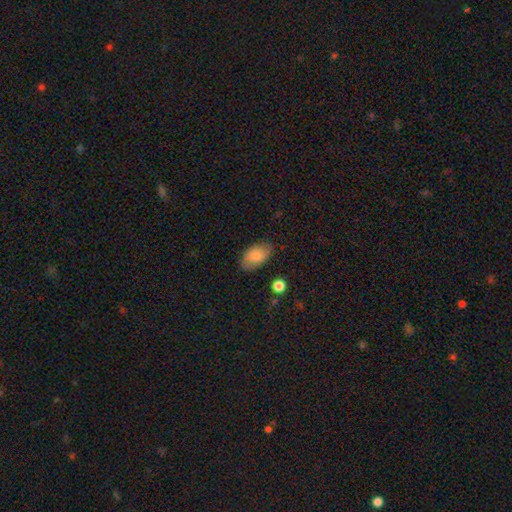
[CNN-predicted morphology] smooth 81%, featured or disk 12%, star or artifact 7%. Down the decision tree: how rounded — in between (93%); merging — none (78%).